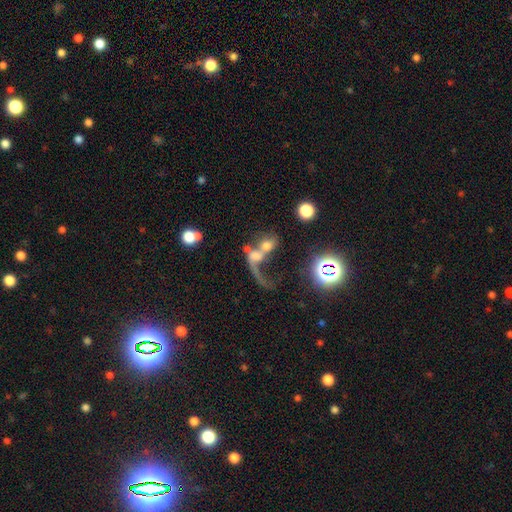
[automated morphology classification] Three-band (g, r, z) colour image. It shows a featured or disk galaxy (48%). Merging: merger (65%).